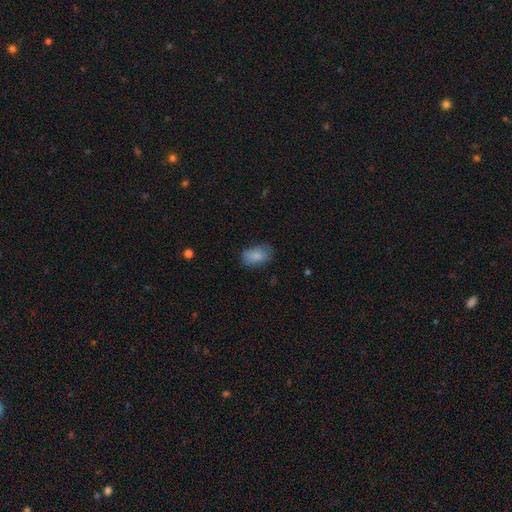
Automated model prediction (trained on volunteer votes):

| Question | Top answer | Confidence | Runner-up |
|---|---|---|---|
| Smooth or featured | smooth | 85% | star or artifact (8%) |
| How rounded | in between | 90% | round (8%) |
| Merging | none | 71% | minor disturbance (22%) |